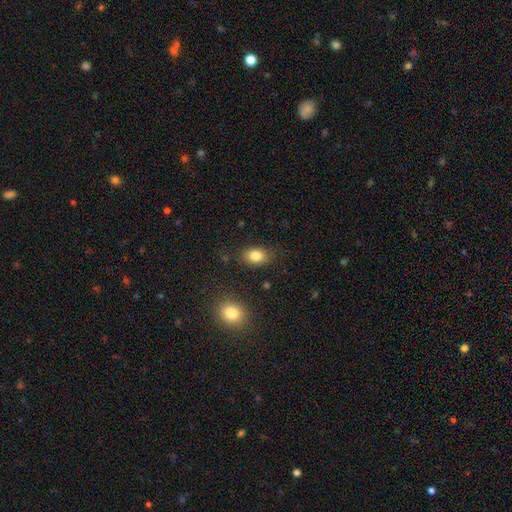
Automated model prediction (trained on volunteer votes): smooth 82%, star or artifact 10%, featured or disk 8%. Down the decision tree: how rounded — in between (77%); merging — none (83%).